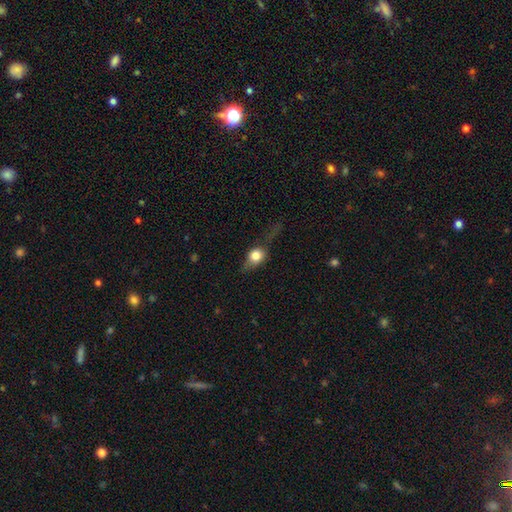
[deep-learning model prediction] Overall: smooth (64%; featured or disk 26%). How rounded: round (47%; in between 46%). Merging: none (45%; minor disturbance 28%).